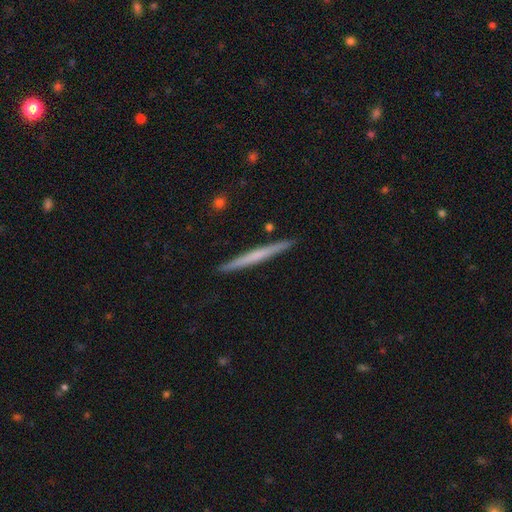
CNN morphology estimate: Smooth or featured? featured or disk (48%)
Merging? none (92%)